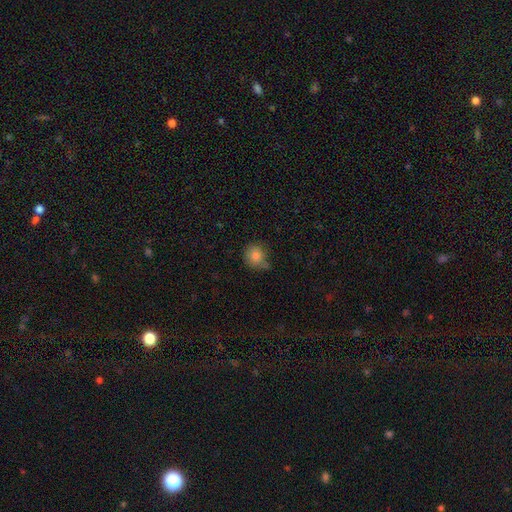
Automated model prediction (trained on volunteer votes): Q: Smooth or featured?
A: smooth (85%); runner-up: star or artifact (9%)
Q: How rounded?
A: round (85%); runner-up: in between (14%)
Q: Merging?
A: none (66%); runner-up: minor disturbance (22%)